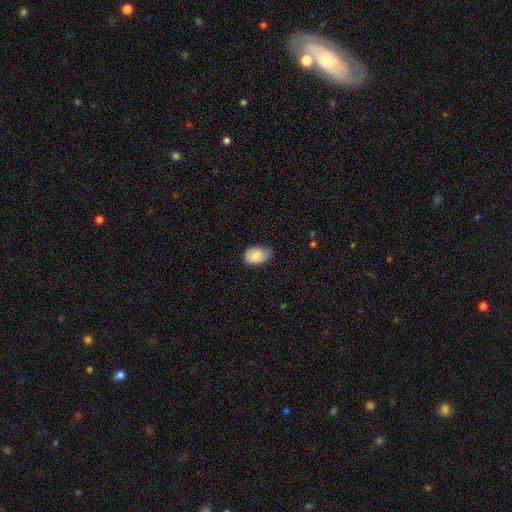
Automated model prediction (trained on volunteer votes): smooth 86%, star or artifact 7%, featured or disk 7%. Down the decision tree: how rounded — in between (81%); merging — none (56%).